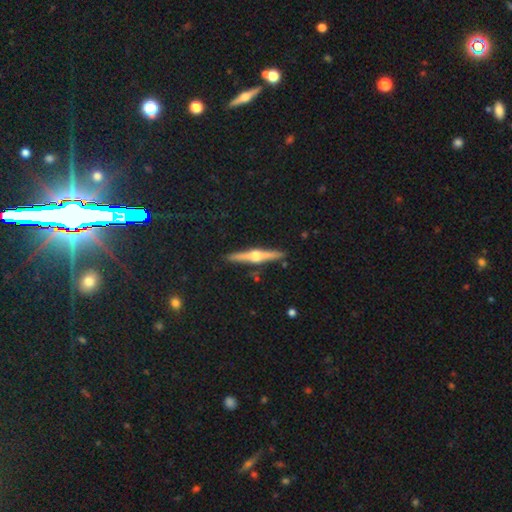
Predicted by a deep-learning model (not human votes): featured or disk 79%, smooth 15%, star or artifact 6%. Down the decision tree: edge-on disk — yes (98%); edge-on bulge — rounded (96%); merging — none (91%).